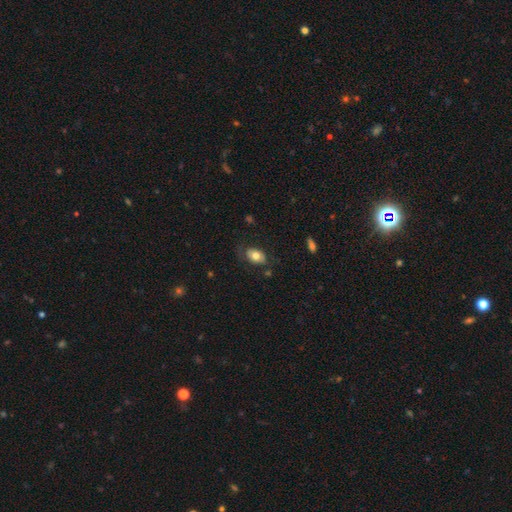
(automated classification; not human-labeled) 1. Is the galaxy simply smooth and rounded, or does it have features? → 71% smooth, 21% featured or disk, 8% star or artifact.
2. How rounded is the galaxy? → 85% in between, 14% round, 1% cigar-shaped.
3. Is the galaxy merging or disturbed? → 70% none, 19% minor disturbance, 9% major disturbance, 2% merger.